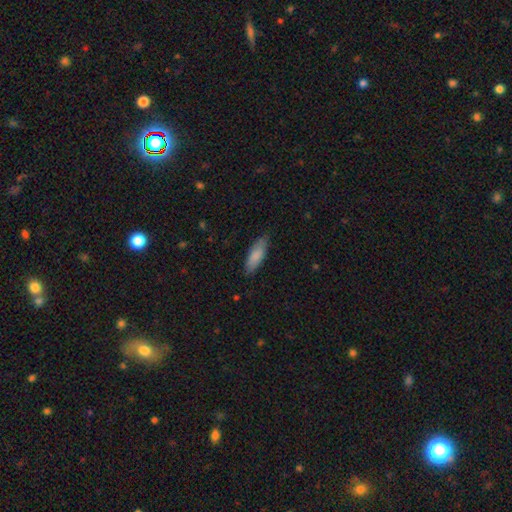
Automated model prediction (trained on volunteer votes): smooth_or_featured: smooth (p=0.85) [alt: featured or disk p=0.10]
how_rounded: in between (p=0.61) [alt: cigar-shaped p=0.38]
merging: none (p=0.80) [alt: minor disturbance p=0.16]